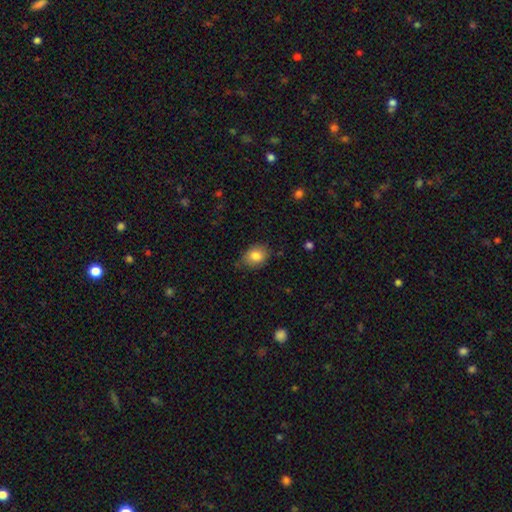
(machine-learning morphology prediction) Smooth or featured? smooth (83%)
How rounded? in between (55%)
Merging? none (73%)